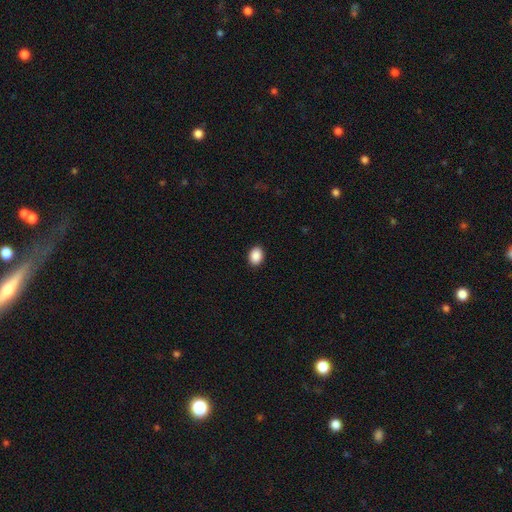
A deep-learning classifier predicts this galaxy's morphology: Smooth or featured: smooth — 90% (star or artifact — 8%)
How rounded: in between — 70% (round — 29%)
Merging: none — 91% (minor disturbance — 6%)